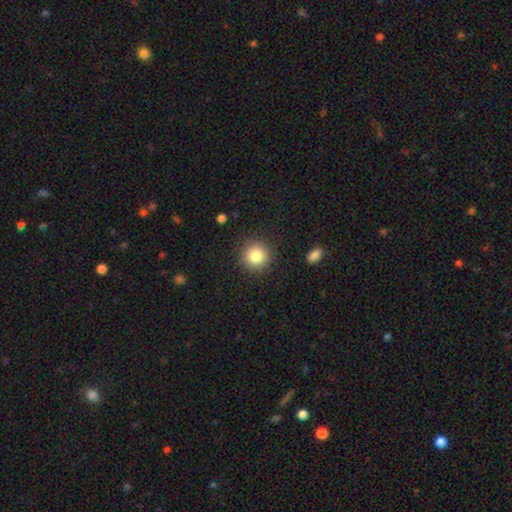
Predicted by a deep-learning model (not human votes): smooth-or-featured: smooth: 83% | star or artifact: 10% | featured or disk: 7%
  how-rounded: round: 93% | in between: 6% | cigar-shaped: 1%
  merging: none: 89% | minor disturbance: 7% | major disturbance: 2% | merger: 1%